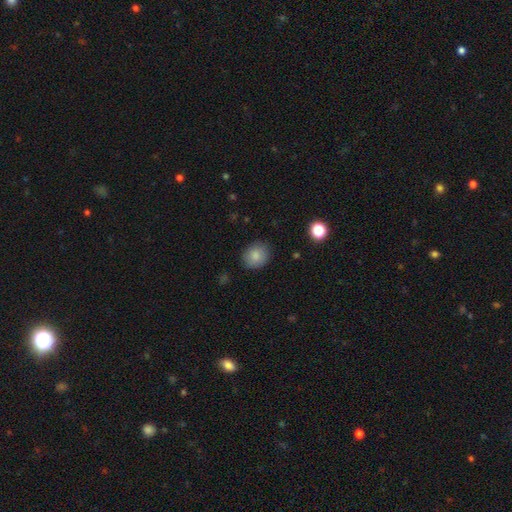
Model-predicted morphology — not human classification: smooth 85%, star or artifact 9%, featured or disk 7%. Down the decision tree: how rounded — round (66%); merging — none (85%).